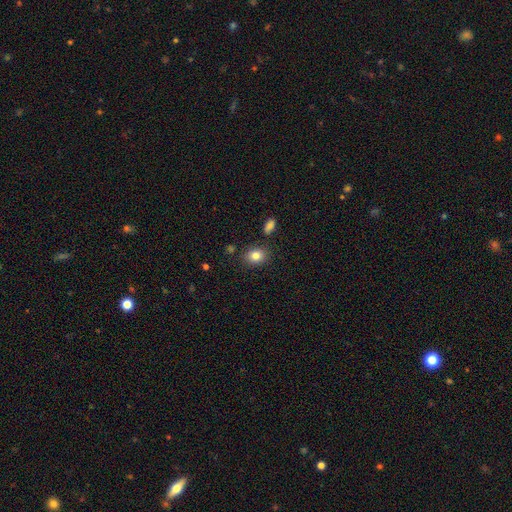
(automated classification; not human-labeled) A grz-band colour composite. It shows a smooth galaxy with no disk features (83%) that is in between round and cigar-shaped (60%). Merging: none (84%).